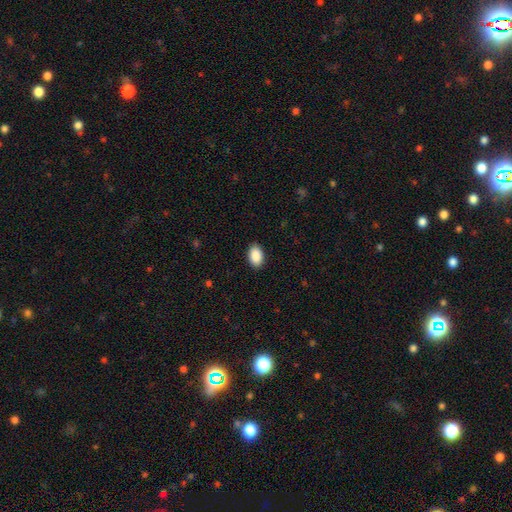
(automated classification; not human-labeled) Smooth or featured? smooth (90%)
How rounded? in between (92%)
Merging? none (89%)